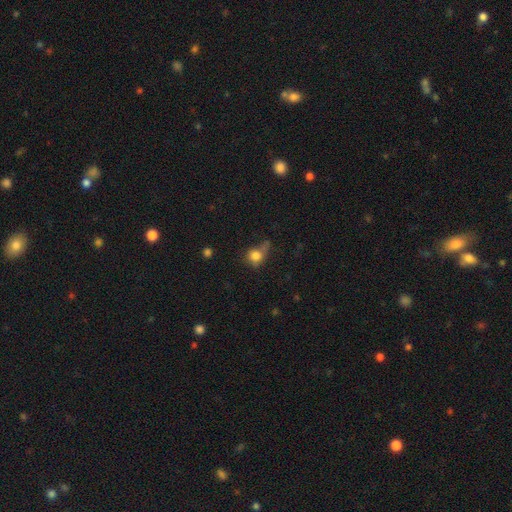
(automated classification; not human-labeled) A smooth galaxy with no disk features (78%) that is round (74%). Merging: none (46%).